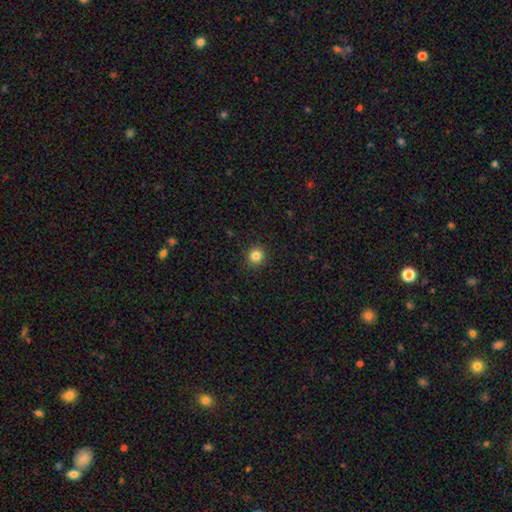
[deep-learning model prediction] smooth-or-featured: smooth: 83% | star or artifact: 12% | featured or disk: 5%
  how-rounded: round: 92% | in between: 7% | cigar-shaped: 1%
  merging: none: 92% | minor disturbance: 5% | major disturbance: 2% | merger: 1%